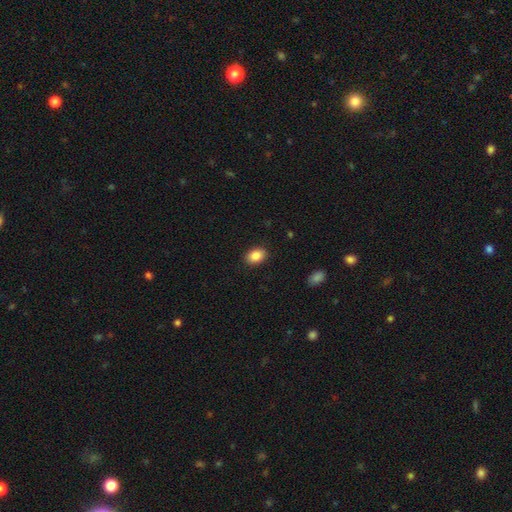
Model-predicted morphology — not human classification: type=smooth (87%); roundness=in between (79%); merging=none (89%).